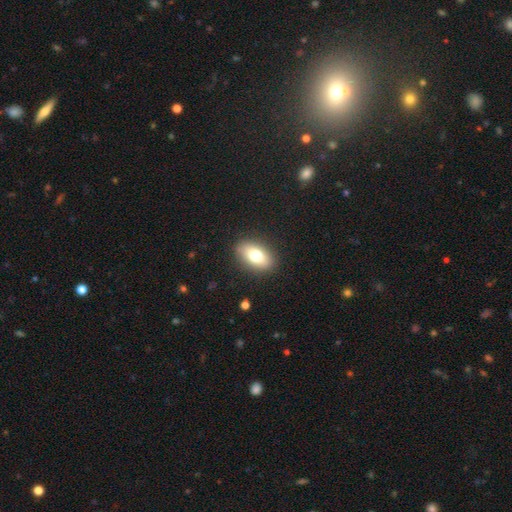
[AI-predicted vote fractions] A smooth galaxy with no disk features (74%) that is in between round and cigar-shaped (88%).

Vote fractions:
- Smooth or featured? smooth: 74% / featured or disk: 18% / star or artifact: 8%
- How rounded? in between: 88% / round: 9% / cigar-shaped: 3%
- Merging? none: 88% / minor disturbance: 9% / major disturbance: 3% / merger: 1%